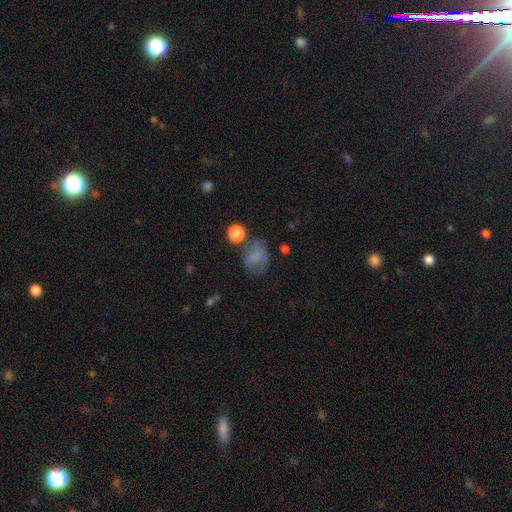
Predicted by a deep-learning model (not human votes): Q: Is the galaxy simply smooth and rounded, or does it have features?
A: smooth — 64%.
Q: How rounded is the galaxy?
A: in between — 53%.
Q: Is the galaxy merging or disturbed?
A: none — 48%.